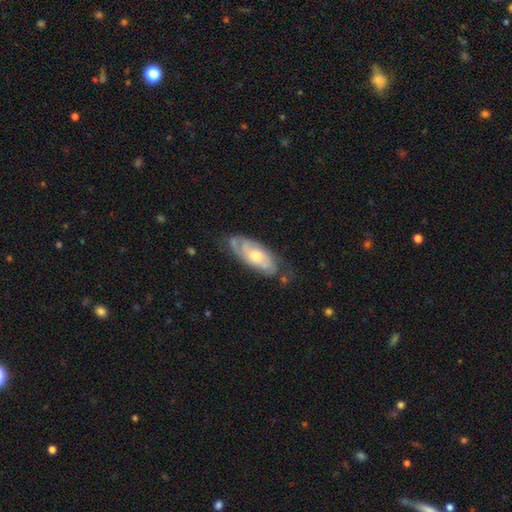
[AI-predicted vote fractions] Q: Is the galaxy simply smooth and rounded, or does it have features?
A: featured or disk — 70%.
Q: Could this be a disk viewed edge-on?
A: no — 88%.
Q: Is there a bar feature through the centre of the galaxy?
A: no — 72%.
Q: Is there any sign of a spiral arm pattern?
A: yes — 88%.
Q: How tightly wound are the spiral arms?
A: tight — 57%.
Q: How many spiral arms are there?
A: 2 — 41%.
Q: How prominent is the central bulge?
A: moderate — 56%.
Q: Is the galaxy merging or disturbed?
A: none — 65%.